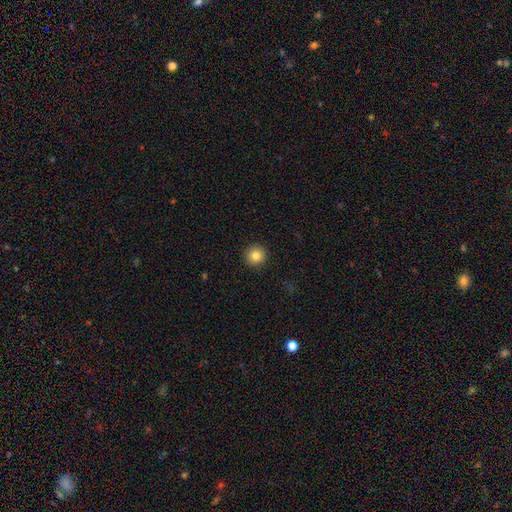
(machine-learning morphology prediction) Overall: smooth (84%). How rounded: round (95%). Merging: none (93%).